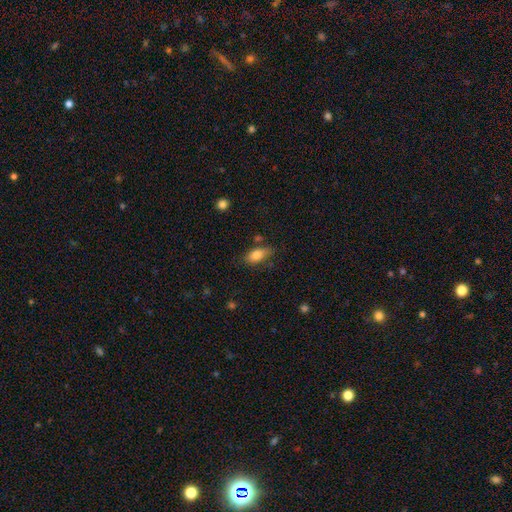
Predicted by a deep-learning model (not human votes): A smooth galaxy with no disk features (82%) that is in between round and cigar-shaped (87%).

Vote fractions:
- Smooth or featured? smooth: 82% / featured or disk: 10% / star or artifact: 8%
- How rounded? in between: 87% / cigar-shaped: 7% / round: 6%
- Merging? none: 71% / minor disturbance: 19% / merger: 5% / major disturbance: 5%